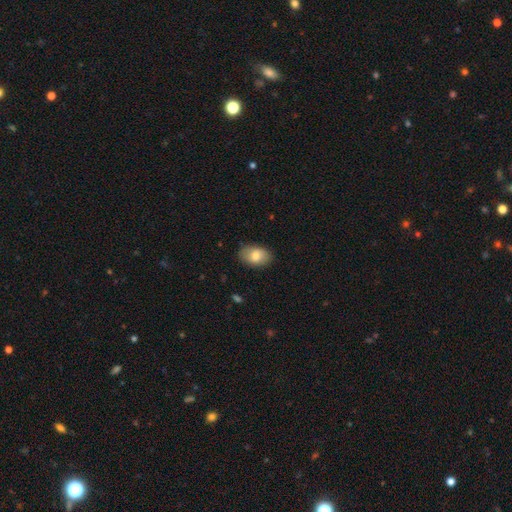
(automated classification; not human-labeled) This appears to be a smooth galaxy with no disk features (77%) that is in between round and cigar-shaped (87%). Merging: none (84%).